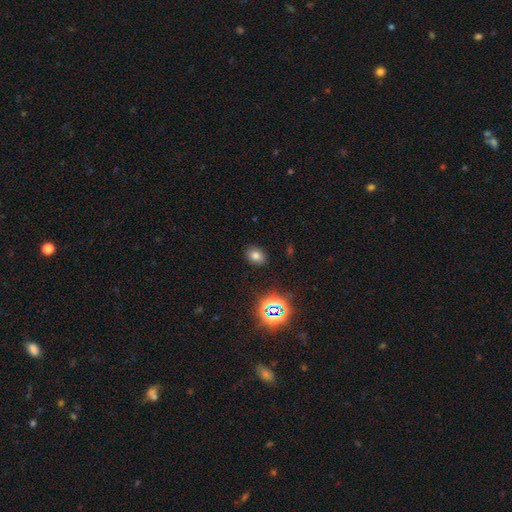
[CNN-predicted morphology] Q: Smooth or featured?
A: smooth (71%); runner-up: star or artifact (20%)
Q: How rounded?
A: in between (68%); runner-up: round (31%)
Q: Merging?
A: none (86%); runner-up: minor disturbance (9%)